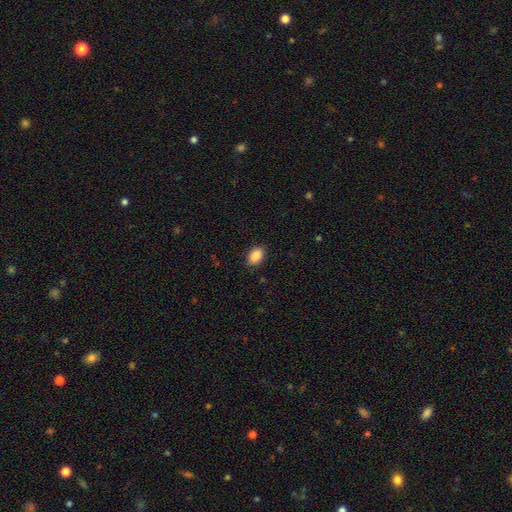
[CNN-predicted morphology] type=smooth (89%); roundness=in between (83%); merging=none (87%).